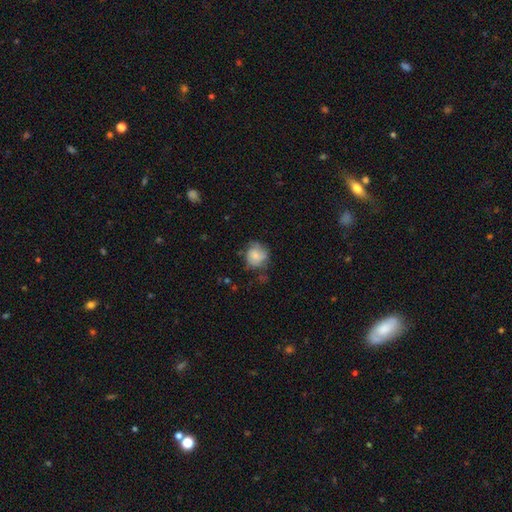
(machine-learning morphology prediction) Smooth or featured?
  - smooth: 66% *
  - featured or disk: 26%
  - star or artifact: 8%
How rounded?
  - round: 76% *
  - in between: 23%
  - cigar-shaped: 1%
Merging?
  - none: 56% *
  - minor disturbance: 29%
  - major disturbance: 13%
  - merger: 3%